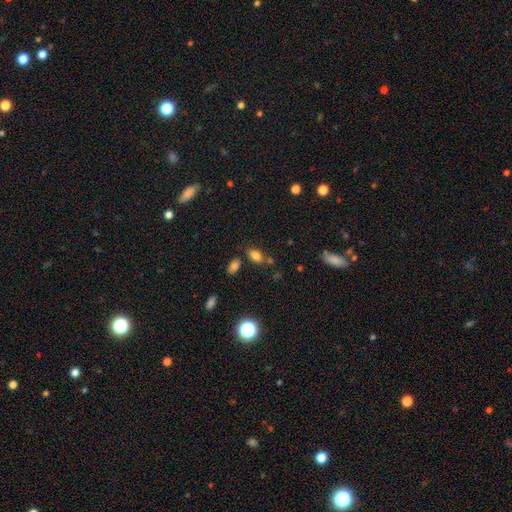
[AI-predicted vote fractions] smooth-or-featured: smooth: 80% | star or artifact: 13% | featured or disk: 8%
  how-rounded: in between: 88% | round: 8% | cigar-shaped: 4%
  merging: none: 69% | minor disturbance: 14% | merger: 13% | major disturbance: 4%